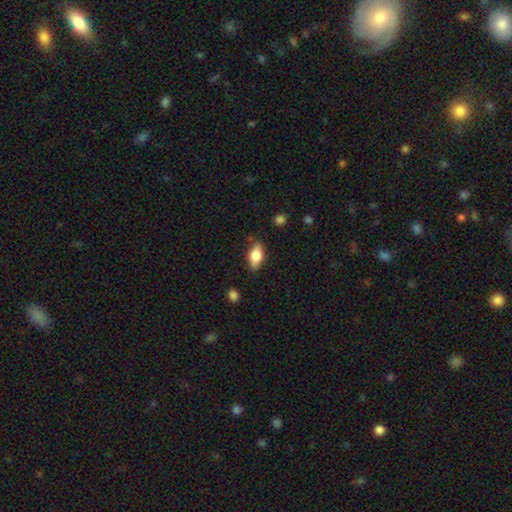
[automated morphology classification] The model was most divided on "smooth or featured": smooth: 69%, featured or disk: 24%, star or artifact: 7%. More confident: how rounded — in between (84%); merging — none (82%).